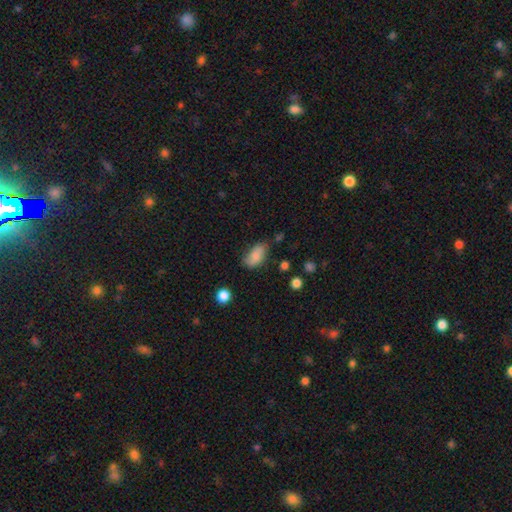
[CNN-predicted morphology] Smooth or featured? smooth (82%)
How rounded? in between (92%)
Merging? none (63%)